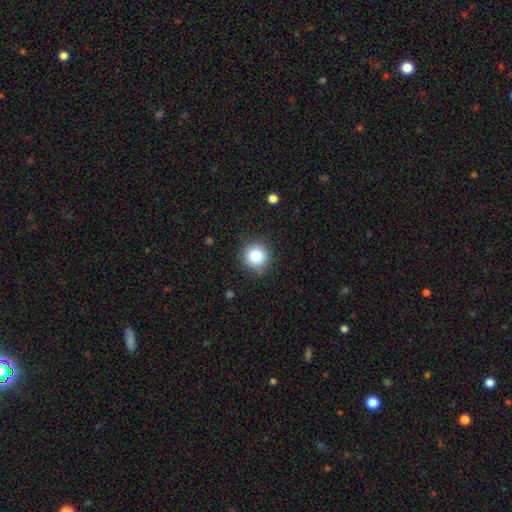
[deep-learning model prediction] smooth 84%, star or artifact 10%, featured or disk 6%. Down the decision tree: how rounded — round (93%); merging — none (85%).